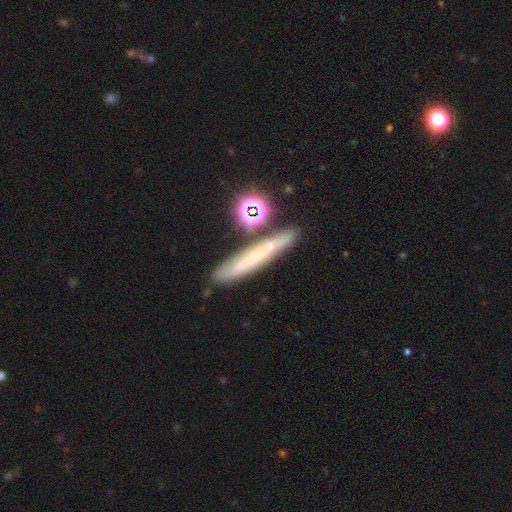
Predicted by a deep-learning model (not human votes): This appears to be a smooth galaxy with no disk features (40%). Merging: none (74%).